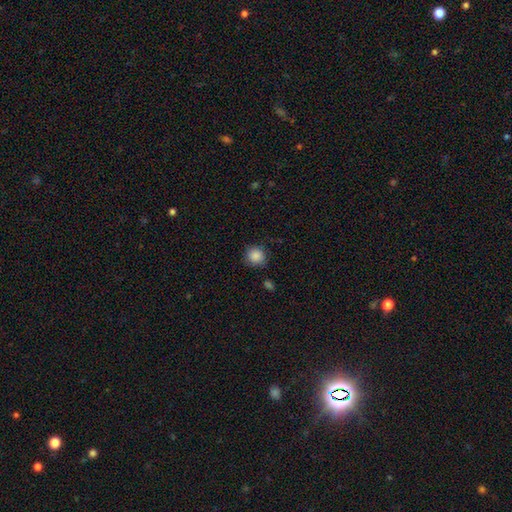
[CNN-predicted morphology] Q: Smooth or featured?
A: smooth (87%); runner-up: star or artifact (9%)
Q: How rounded?
A: round (90%); runner-up: in between (9%)
Q: Merging?
A: none (79%); runner-up: minor disturbance (15%)